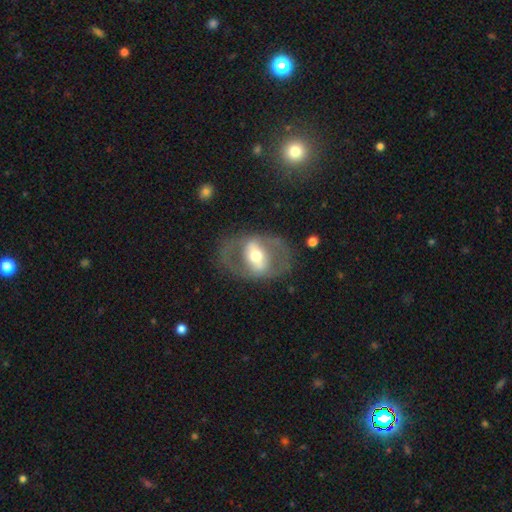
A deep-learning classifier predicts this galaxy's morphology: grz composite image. It shows a featured or disk galaxy (70%) with a strong bar (50%), no spiral arms (66%) and a moderate central bulge (65%). Merging: none (69%).